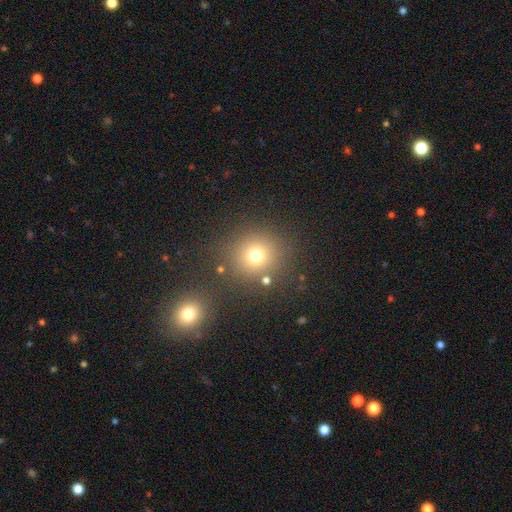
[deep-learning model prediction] This appears to be a smooth galaxy with no disk features (72%) that is round (90%). Merging: none (80%).